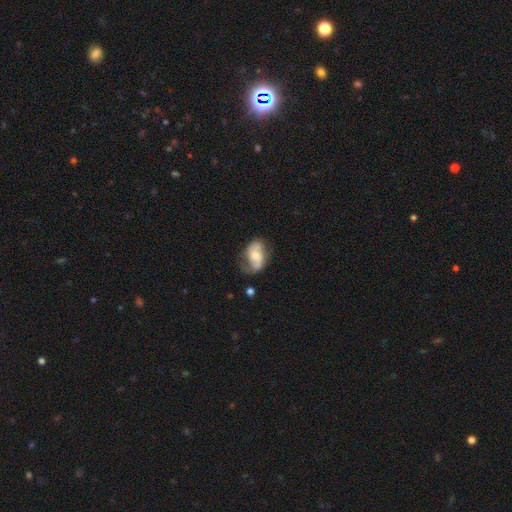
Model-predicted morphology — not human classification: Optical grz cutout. It shows a featured or disk galaxy (55%) with no bar (59%), spiral arms (79%) and a moderate central bulge (44%). Merging: none (48%).